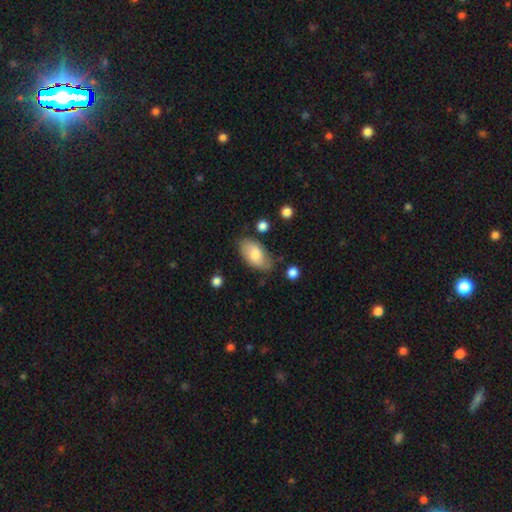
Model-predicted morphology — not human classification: Smooth or featured? Predicted: smooth (p=0.73). How rounded? Predicted: in between (p=0.94). Merging? Predicted: none (p=0.67).